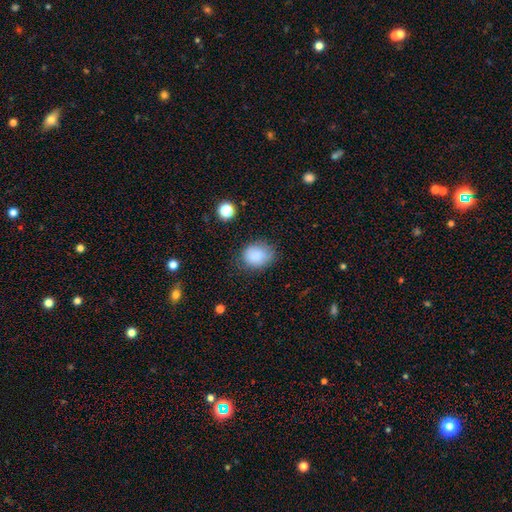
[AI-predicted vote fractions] This appears to be a smooth galaxy with no disk features (86%) that is in between round and cigar-shaped (50%). Merging: none (70%).